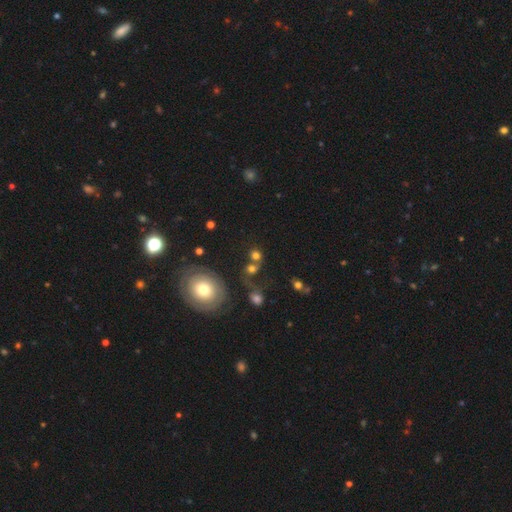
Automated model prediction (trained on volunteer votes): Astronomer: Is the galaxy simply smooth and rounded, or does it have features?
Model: smooth — 65%.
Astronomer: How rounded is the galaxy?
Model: round — 80%.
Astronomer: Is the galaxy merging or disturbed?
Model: none — 45% (runner-up: merger, 34%).